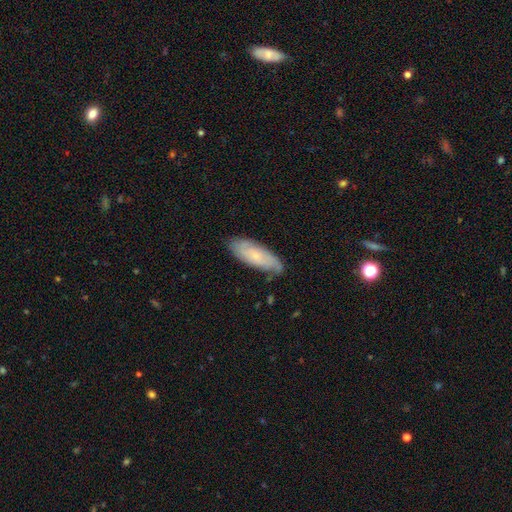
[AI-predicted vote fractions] This is possibly a smooth galaxy (48%). Merging: likely none (72%).